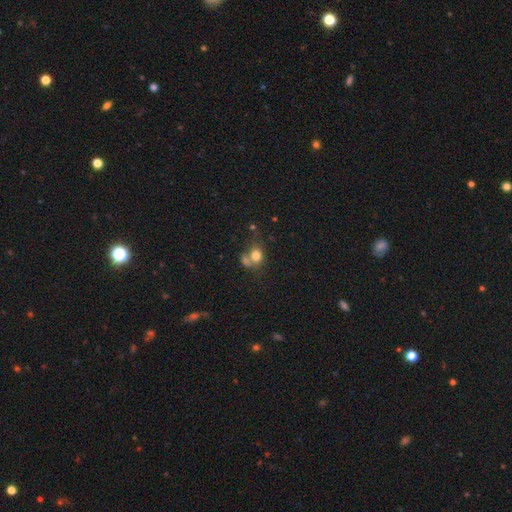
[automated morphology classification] Overall: smooth (76%). How rounded: round (65%; in between 34%). Merging: merger (41%; none 37%).